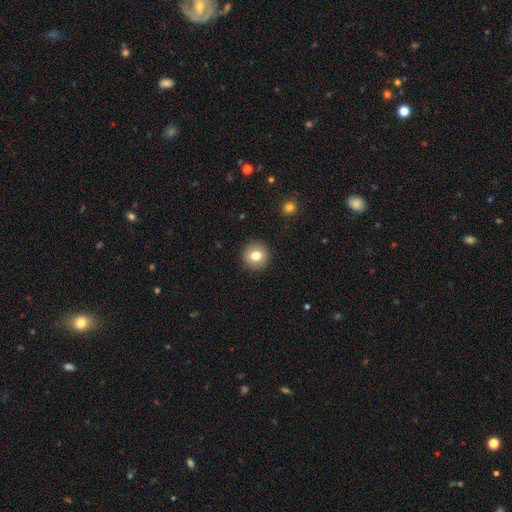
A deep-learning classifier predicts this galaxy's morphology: This is likely a smooth galaxy (78%). How rounded: clearly round (94%). Merging: clearly none (92%).